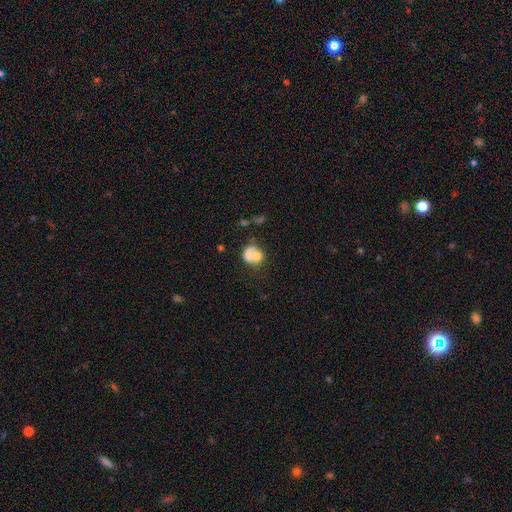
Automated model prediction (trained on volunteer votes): Smooth or featured: smooth — 60% (featured or disk — 30%)
How rounded: round — 60% (in between — 38%)
Merging: merger — 47% (none — 27%)